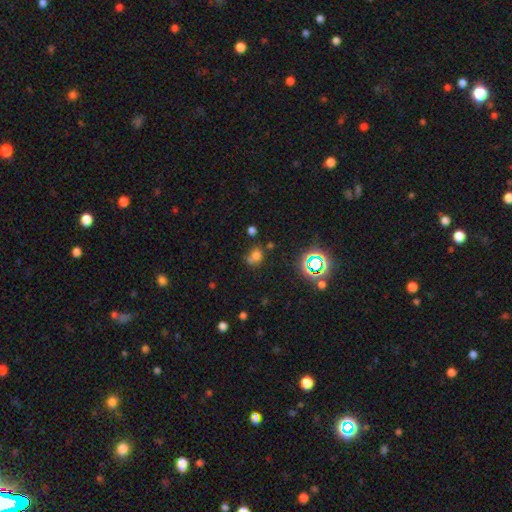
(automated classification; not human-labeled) Smooth or featured: smooth — 62% (star or artifact — 27%)
How rounded: round — 68% (in between — 30%)
Merging: none — 50% (merger — 26%)